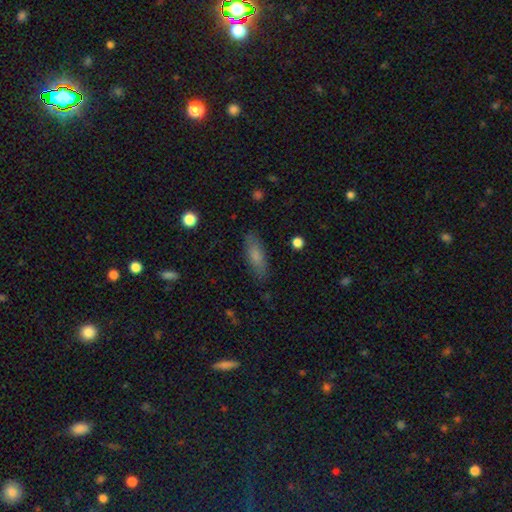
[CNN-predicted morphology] The model was most divided on "how rounded": in between: 52%, cigar-shaped: 46%, round: 2%. More confident: merging — none (83%); smooth or featured — smooth (75%).